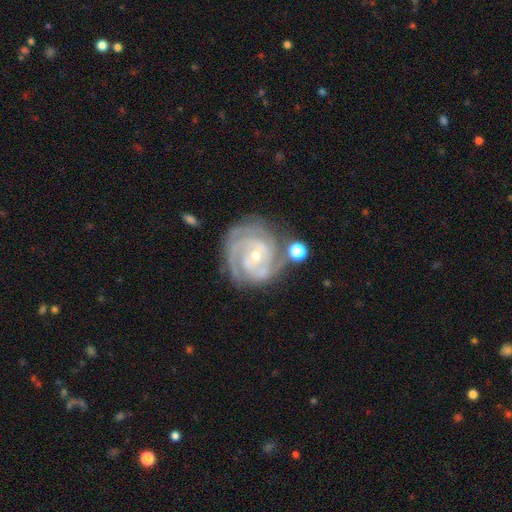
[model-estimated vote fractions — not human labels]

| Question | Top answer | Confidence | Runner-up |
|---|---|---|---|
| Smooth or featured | featured or disk | 90% | star or artifact (5%) |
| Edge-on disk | no | 98% | yes (2%) |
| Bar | no | 52% | weak (35%) |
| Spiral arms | yes | 98% | no (2%) |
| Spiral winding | tight | 74% | medium (23%) |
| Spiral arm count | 3 | 37% | 2 (28%) |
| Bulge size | small | 66% | moderate (31%) |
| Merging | none | 69% | minor disturbance (18%) |